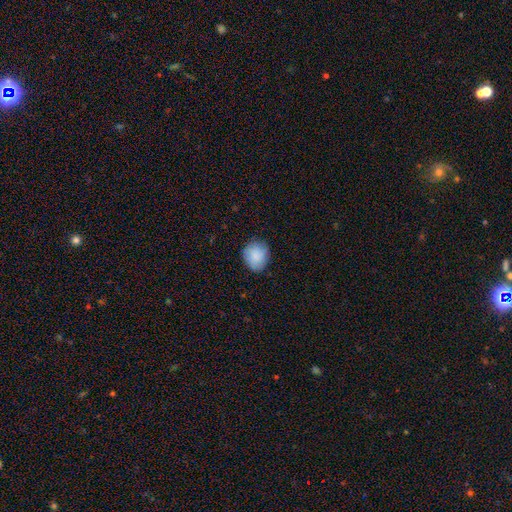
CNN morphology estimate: smooth_or_featured: smooth (p=0.85) [alt: featured or disk p=0.08]
how_rounded: round (p=0.71) [alt: in between p=0.28]
merging: none (p=0.80) [alt: minor disturbance p=0.16]